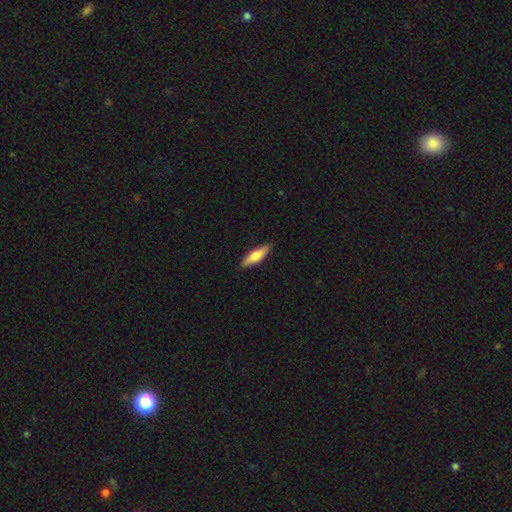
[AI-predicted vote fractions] This appears to be a smooth galaxy with no disk features (62%) that is cigar-shaped (66%). Merging: none (89%).